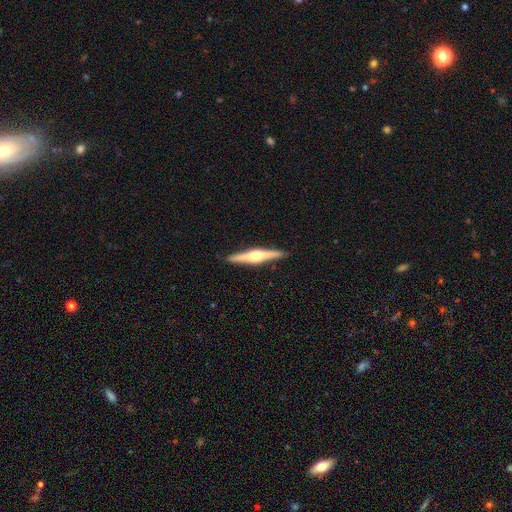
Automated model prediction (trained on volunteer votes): Morphology: type=featured or disk (71%); edge-on=yes (98%); edge-on bulge=rounded (87%); merging=none (90%).